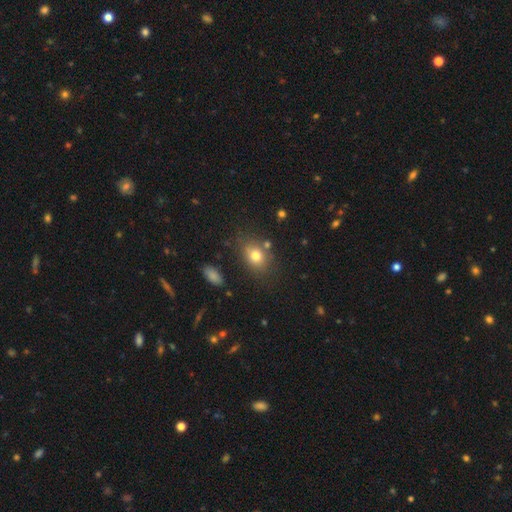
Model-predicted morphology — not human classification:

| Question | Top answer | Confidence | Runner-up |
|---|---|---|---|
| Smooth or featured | smooth | 77% | featured or disk (12%) |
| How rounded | in between | 62% | round (36%) |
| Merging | none | 71% | minor disturbance (16%) |